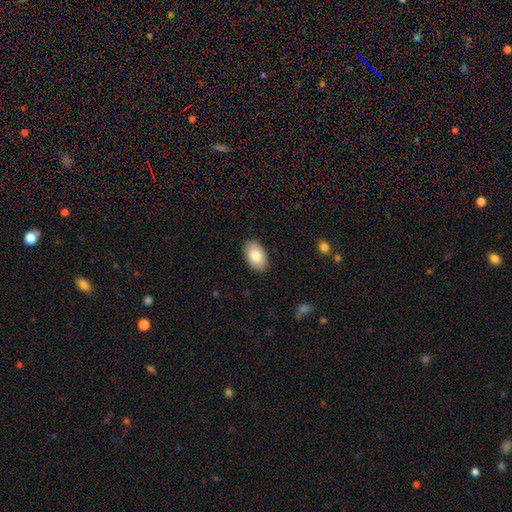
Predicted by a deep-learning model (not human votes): Smooth or featured? Predicted: smooth (p=0.82). How rounded? Predicted: in between (p=0.93). Merging? Predicted: none (p=0.89).